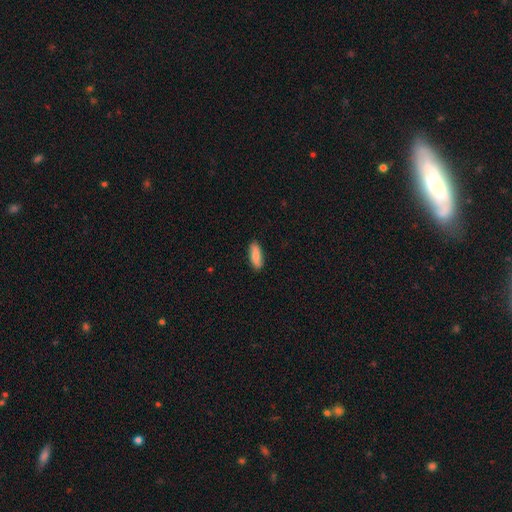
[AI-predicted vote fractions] smooth_or_featured: smooth (p=0.85) [alt: featured or disk p=0.10]
how_rounded: in between (p=0.63) [alt: cigar-shaped p=0.35]
merging: none (p=0.87) [alt: minor disturbance p=0.10]